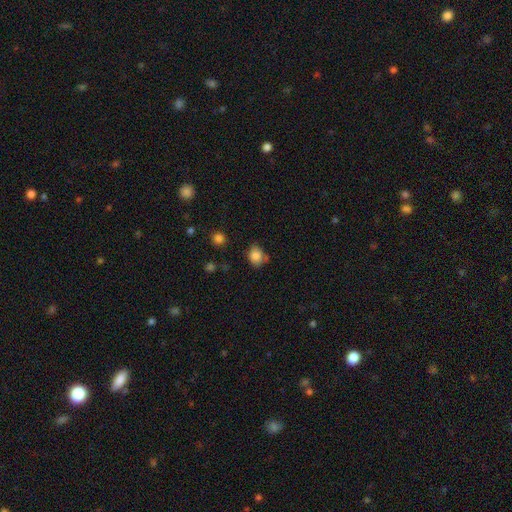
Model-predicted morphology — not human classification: Q: Smooth or featured?
A: smooth (84%); runner-up: star or artifact (10%)
Q: How rounded?
A: round (54%); runner-up: in between (45%)
Q: Merging?
A: none (57%); runner-up: minor disturbance (29%)